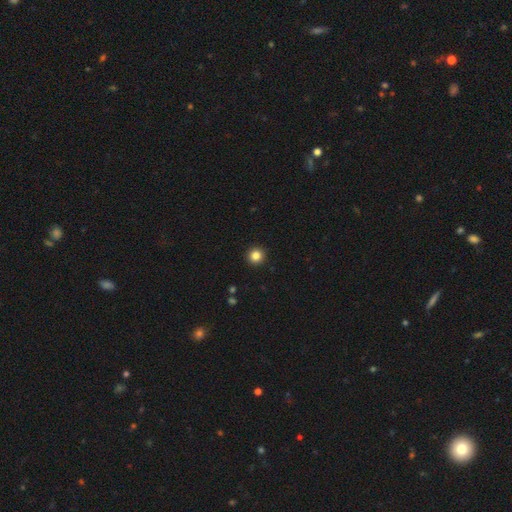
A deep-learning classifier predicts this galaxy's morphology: A smooth galaxy with no disk features (84%) that is round (96%).

Vote fractions:
- Smooth or featured? smooth: 84% / star or artifact: 11% / featured or disk: 5%
- How rounded? round: 96% / in between: 3% / cigar-shaped: 1%
- Merging? none: 94% / minor disturbance: 4% / major disturbance: 1% / merger: 1%